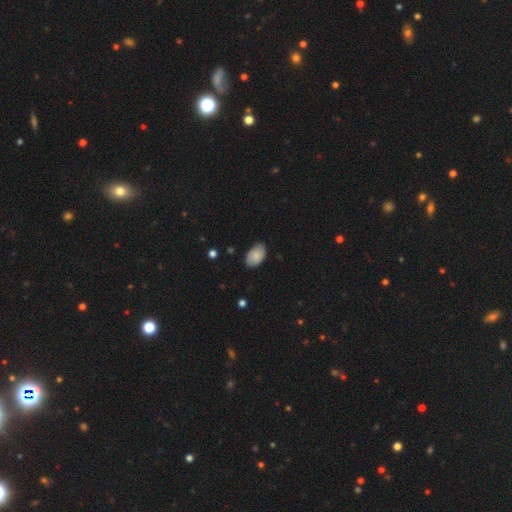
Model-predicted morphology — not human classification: smooth_or_featured: smooth (p=0.82) [alt: featured or disk p=0.12]
how_rounded: in between (p=0.92) [alt: round p=0.07]
merging: none (p=0.78) [alt: minor disturbance p=0.18]